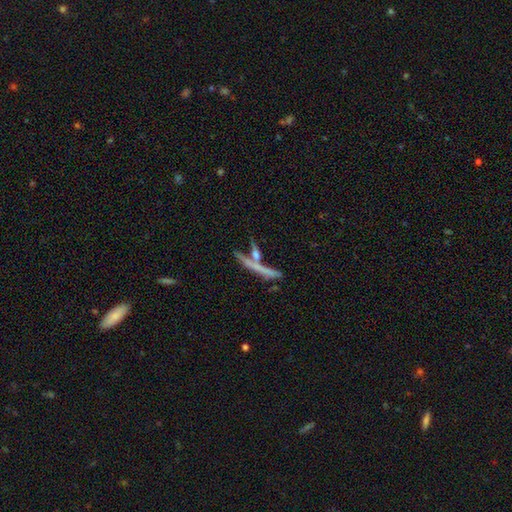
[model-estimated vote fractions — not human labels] Smooth or featured?
  - featured or disk: 49% *
  - smooth: 40%
  - star or artifact: 10%
Merging?
  - none: 54% *
  - merger: 30%
  - minor disturbance: 11%
  - major disturbance: 6%